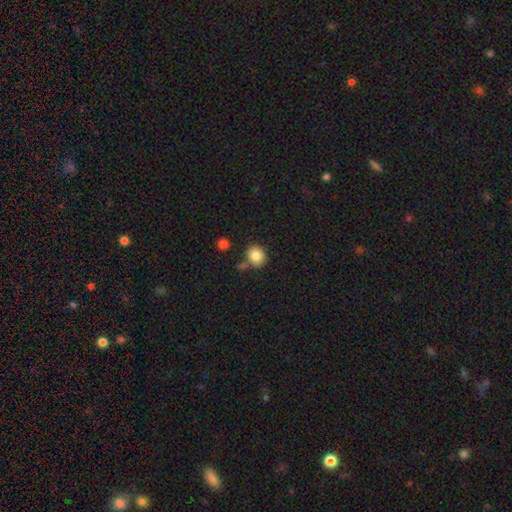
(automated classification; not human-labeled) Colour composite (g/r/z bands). It shows a smooth galaxy with no disk features (86%) that is round (81%). Merging: none (73%).